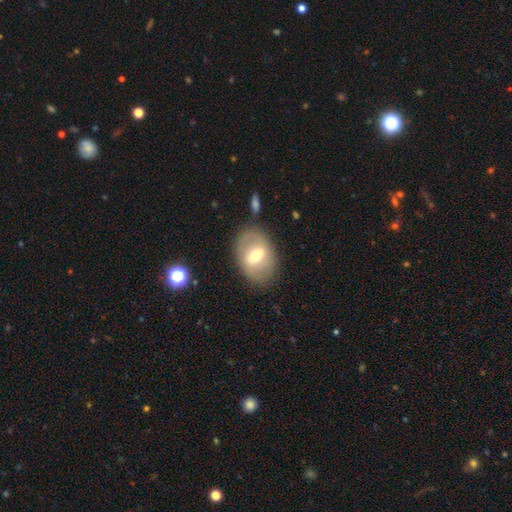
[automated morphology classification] A smooth galaxy with no disk features (49%).

Vote fractions:
- Smooth or featured? smooth: 49% / featured or disk: 43% / star or artifact: 8%
- Merging? none: 79% / minor disturbance: 13% / major disturbance: 5% / merger: 3%